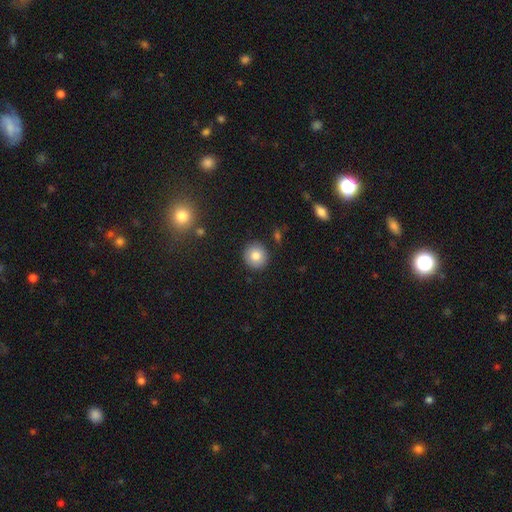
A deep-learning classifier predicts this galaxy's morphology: Q: Smooth or featured?
A: smooth (81%); runner-up: star or artifact (10%)
Q: How rounded?
A: round (91%); runner-up: in between (8%)
Q: Merging?
A: none (90%); runner-up: minor disturbance (6%)